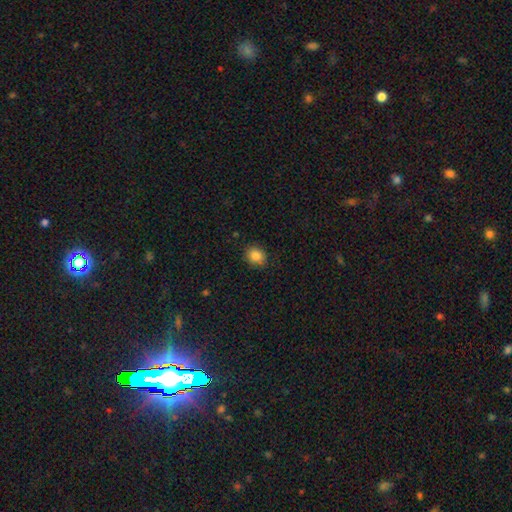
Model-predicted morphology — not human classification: smooth 85%, star or artifact 10%, featured or disk 5%. Down the decision tree: how rounded — round (65%); merging — none (85%).